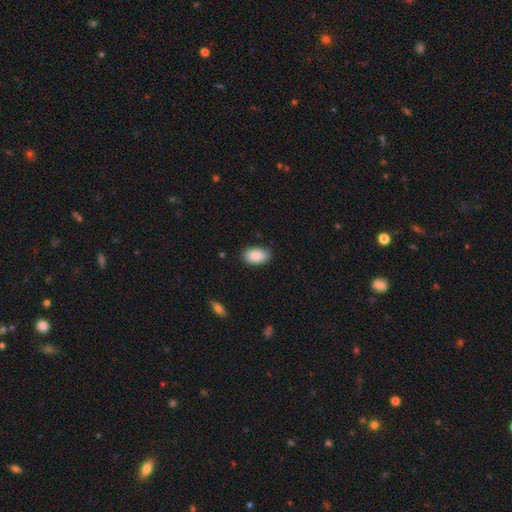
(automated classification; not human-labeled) This is clearly a smooth galaxy (89%). How rounded: clearly in between (92%). Merging: clearly none (83%).